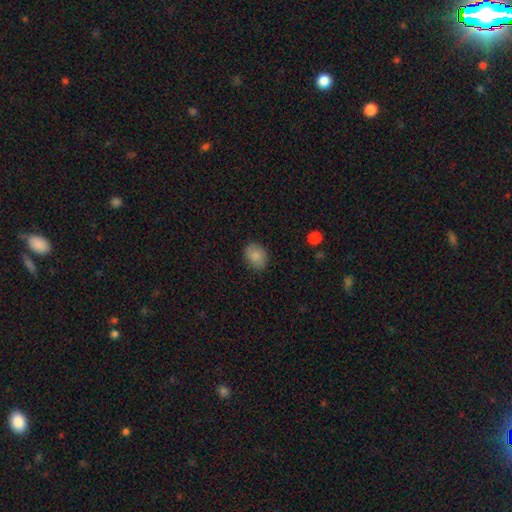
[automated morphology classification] This is clearly a smooth galaxy (85%). How rounded: possibly in between (57%). Merging: clearly none (84%).